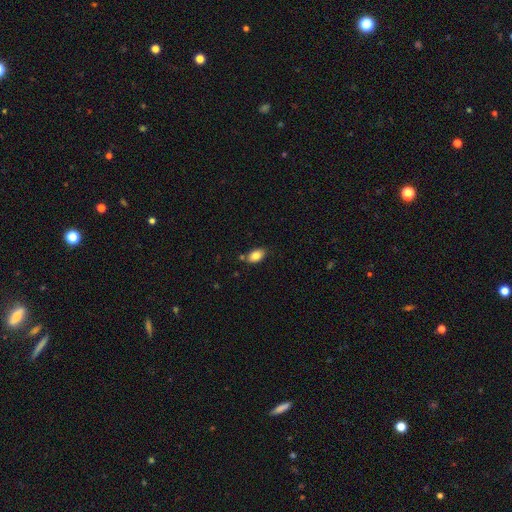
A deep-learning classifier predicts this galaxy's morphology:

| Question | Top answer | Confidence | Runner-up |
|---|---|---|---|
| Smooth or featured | smooth | 83% | featured or disk (9%) |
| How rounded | in between | 89% | round (9%) |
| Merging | none | 75% | minor disturbance (15%) |